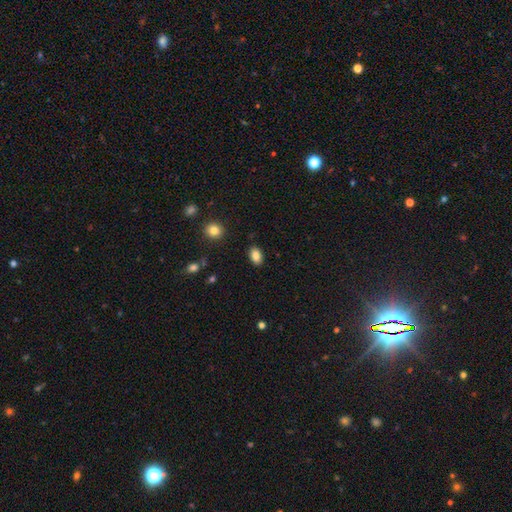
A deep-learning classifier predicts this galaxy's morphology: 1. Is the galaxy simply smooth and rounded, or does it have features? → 85% smooth, 9% star or artifact, 7% featured or disk.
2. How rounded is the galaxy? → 86% in between, 13% round, 1% cigar-shaped.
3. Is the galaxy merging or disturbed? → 88% none, 8% minor disturbance, 2% major disturbance, 2% merger.